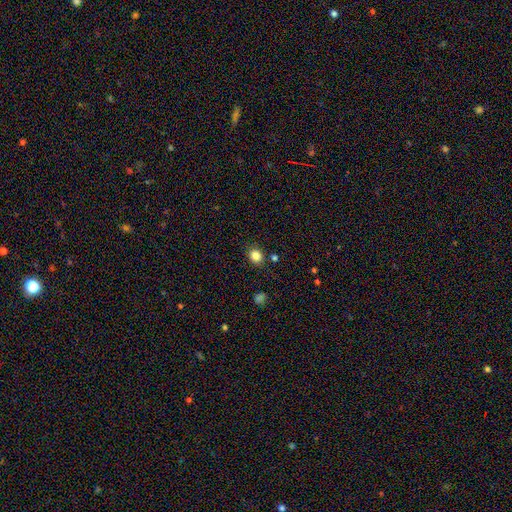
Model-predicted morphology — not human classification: This appears to be a smooth galaxy with no disk features (84%) that is round (69%). Merging: none (84%).